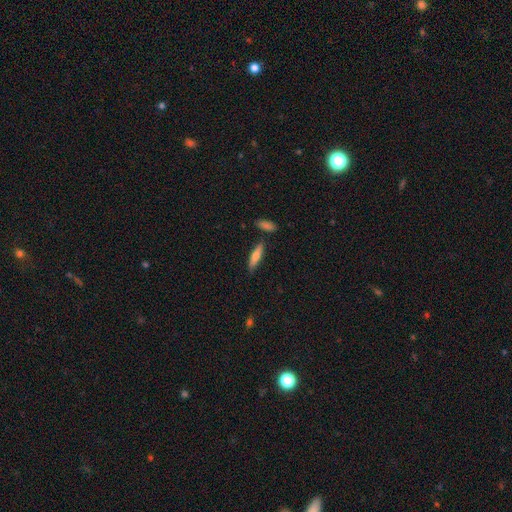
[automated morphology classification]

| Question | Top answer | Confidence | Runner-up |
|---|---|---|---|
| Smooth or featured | smooth | 66% | featured or disk (27%) |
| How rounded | cigar-shaped | 70% | in between (28%) |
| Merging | none | 79% | minor disturbance (13%) |